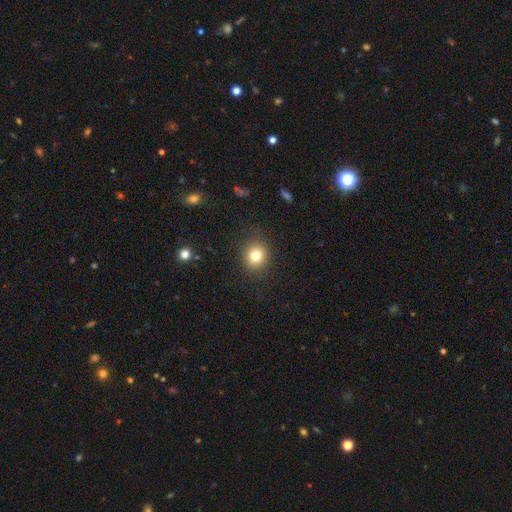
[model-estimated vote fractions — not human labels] A smooth galaxy with no disk features (79%) that is round (80%).

Vote fractions:
- Smooth or featured? smooth: 79% / star or artifact: 12% / featured or disk: 8%
- How rounded? round: 80% / in between: 19% / cigar-shaped: 1%
- Merging? none: 88% / minor disturbance: 8% / major disturbance: 3% / merger: 1%